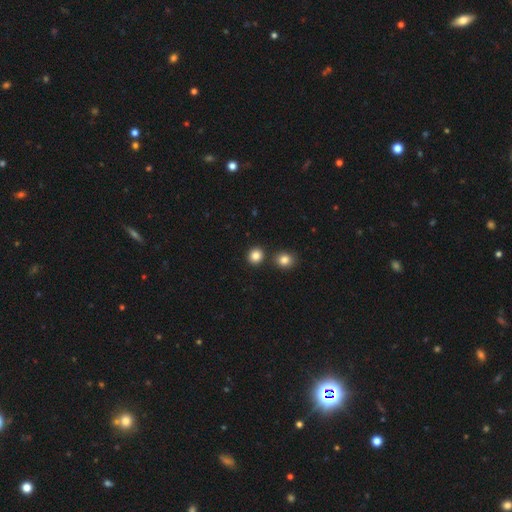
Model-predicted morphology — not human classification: Smooth or featured? Predicted: smooth (p=0.85). How rounded? Predicted: round (p=0.86). Merging? Predicted: none (p=0.83).